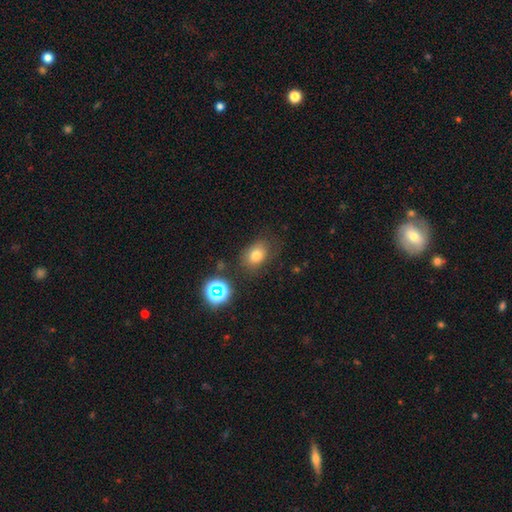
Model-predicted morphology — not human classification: Overall: smooth (75%). How rounded: in between (64%; round 35%). Merging: none (73%).